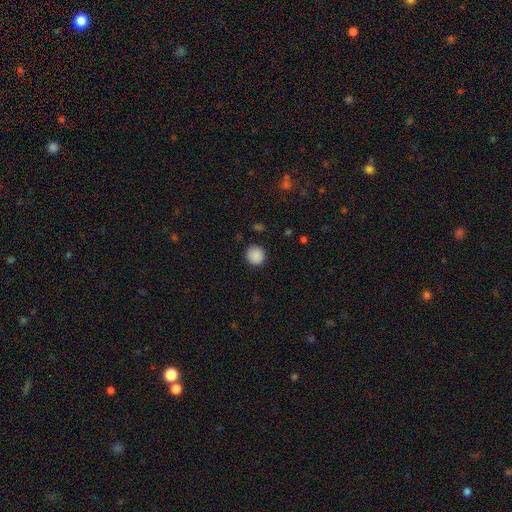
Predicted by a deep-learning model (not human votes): A smooth galaxy with no disk features (89%) that is round (92%).

Vote fractions:
- Smooth or featured? smooth: 89% / star or artifact: 9% / featured or disk: 2%
- How rounded? round: 92% / in between: 7% / cigar-shaped: 1%
- Merging? none: 89% / minor disturbance: 7% / major disturbance: 2% / merger: 1%